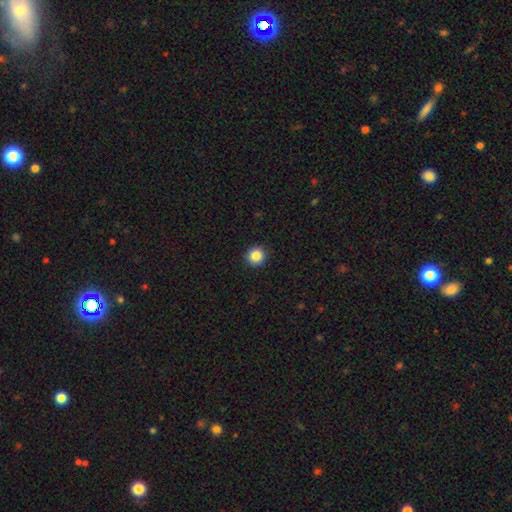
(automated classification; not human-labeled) Smooth or featured? Predicted: smooth (p=0.86). How rounded? Predicted: round (p=0.95). Merging? Predicted: none (p=0.93).